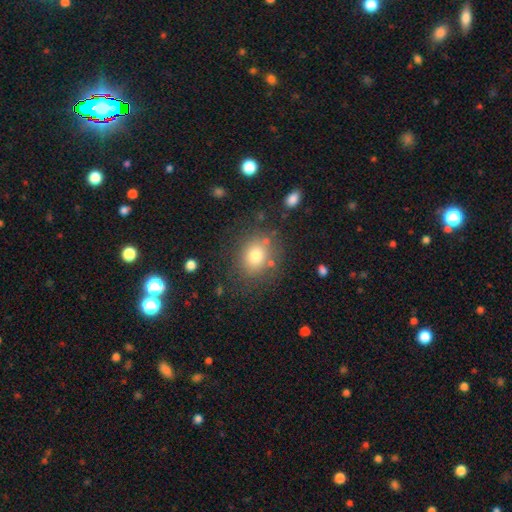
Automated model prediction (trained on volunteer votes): The model was most divided on "how rounded": round: 66%, in between: 33%, cigar-shaped: 1%. More confident: smooth or featured — smooth (76%); merging — none (75%).